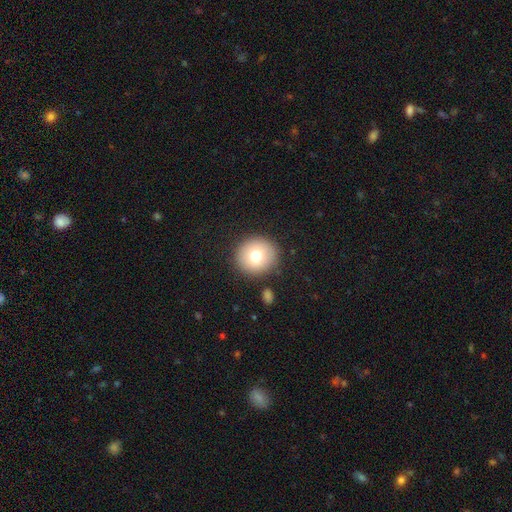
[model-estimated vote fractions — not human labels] This appears to be a smooth galaxy with no disk features (75%) that is round (90%). Merging: none (88%).